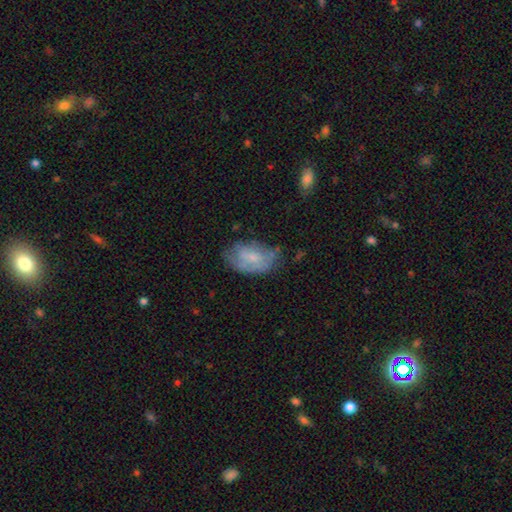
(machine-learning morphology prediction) smooth 50%, featured or disk 42%, star or artifact 8%. Down the decision tree: how rounded — in between (91%); merging — none (52%).